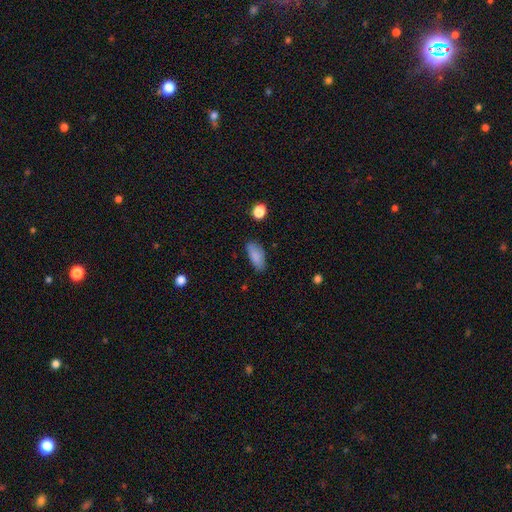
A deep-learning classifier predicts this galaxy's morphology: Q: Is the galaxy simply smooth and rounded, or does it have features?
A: smooth — 86%.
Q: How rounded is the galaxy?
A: in between — 84%.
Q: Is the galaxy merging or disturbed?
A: none — 78%.